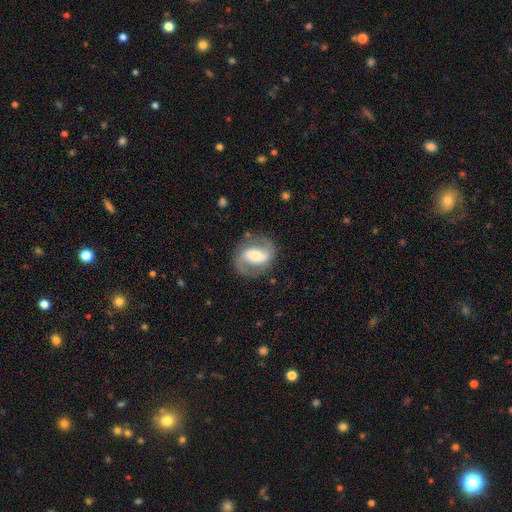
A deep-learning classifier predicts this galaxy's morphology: Overall: featured or disk (80%). Edge-on disk: no (97%). Bar: strong (41%; weak 36%). Spiral arms: yes (92%). Spiral arm count: 2 (90%). Spiral winding: medium (50%; loose 29%). Bulge size: moderate (45%; small 36%). Merging: none (79%).